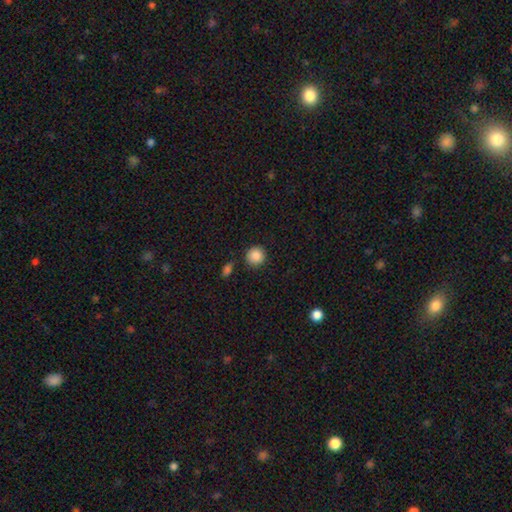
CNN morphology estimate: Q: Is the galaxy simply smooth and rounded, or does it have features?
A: smooth — 88%.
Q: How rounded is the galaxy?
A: round — 94%.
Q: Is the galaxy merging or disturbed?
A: none — 87%.